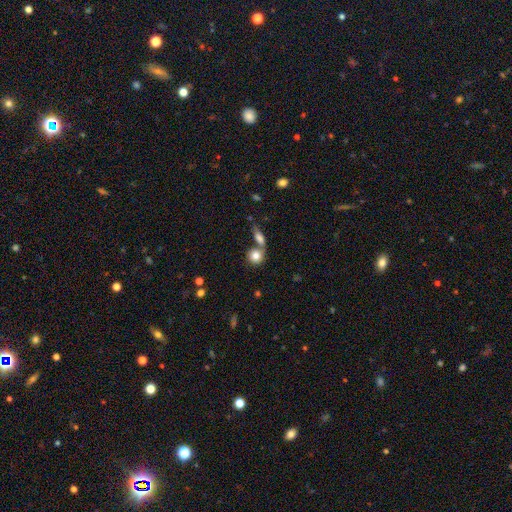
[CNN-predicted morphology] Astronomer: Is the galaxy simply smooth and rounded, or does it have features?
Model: smooth — 80%.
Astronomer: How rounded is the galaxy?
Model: round — 80%.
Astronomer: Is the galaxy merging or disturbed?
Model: merger — 44% (runner-up: none, 43%).